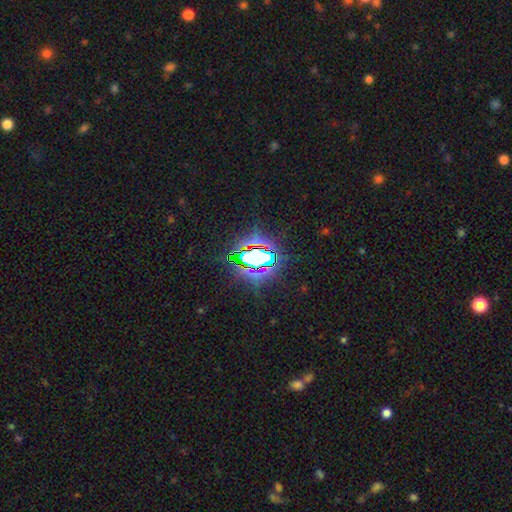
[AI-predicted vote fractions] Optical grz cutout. It shows a star or artifact, not a galaxy (74%).